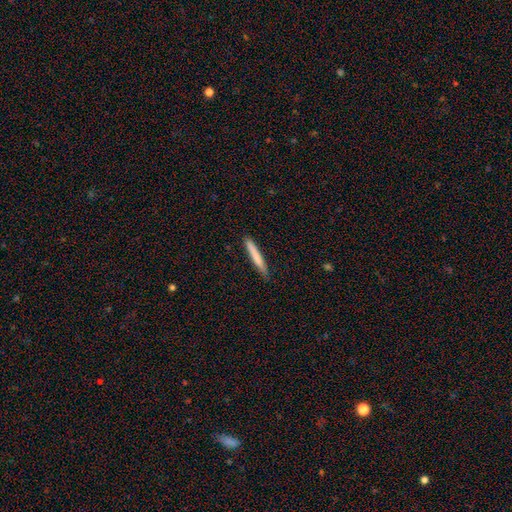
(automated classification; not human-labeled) Morphology: type=smooth (74%); roundness=cigar-shaped (96%); merging=none (87%).